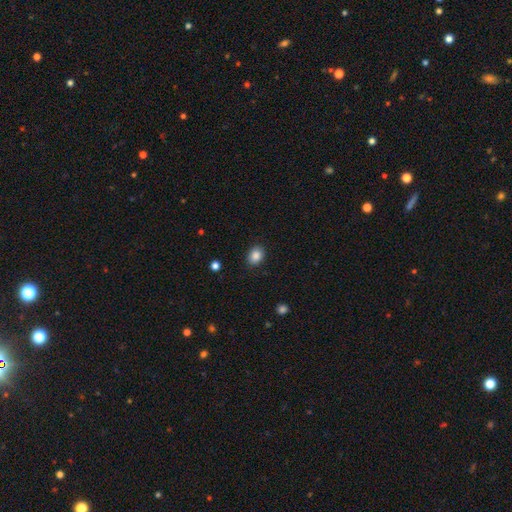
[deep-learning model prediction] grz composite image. It shows a smooth galaxy with no disk features (86%) that is in between round and cigar-shaped (62%). Merging: none (87%).